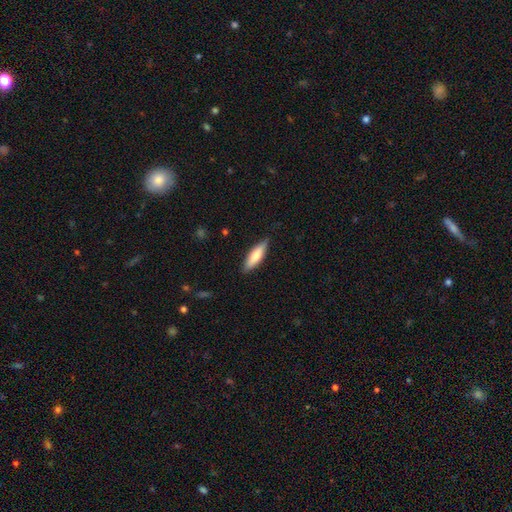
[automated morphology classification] A smooth galaxy with no disk features (69%) that is cigar-shaped (58%).

Vote fractions:
- Smooth or featured? smooth: 69% / featured or disk: 25% / star or artifact: 6%
- How rounded? cigar-shaped: 58% / in between: 41% / round: 2%
- Merging? none: 83% / minor disturbance: 13% / major disturbance: 2% / merger: 1%